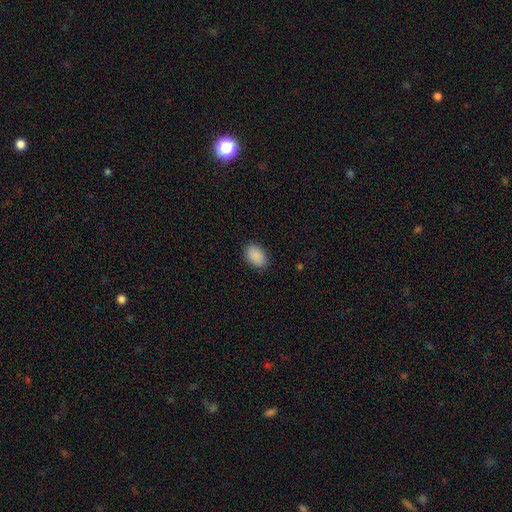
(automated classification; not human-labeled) Smooth or featured? Predicted: smooth (p=0.90). How rounded? Predicted: in between (p=0.86). Merging? Predicted: none (p=0.87).